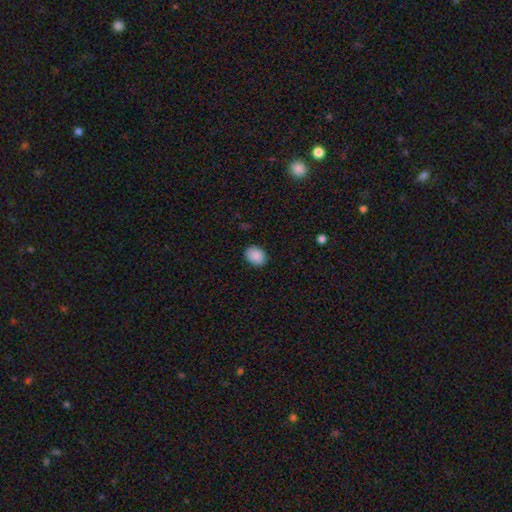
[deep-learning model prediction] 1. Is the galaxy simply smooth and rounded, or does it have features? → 90% smooth, 7% star or artifact, 3% featured or disk.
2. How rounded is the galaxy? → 71% in between, 28% round, 1% cigar-shaped.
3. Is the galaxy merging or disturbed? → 88% none, 9% minor disturbance, 2% major disturbance, 1% merger.